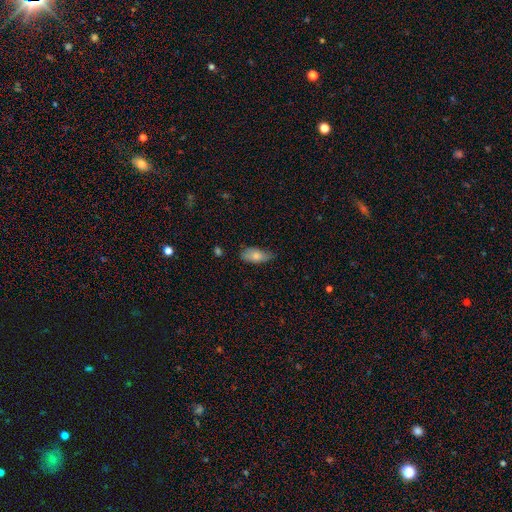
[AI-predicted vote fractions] Smooth or featured? Predicted: smooth (p=0.77). How rounded? Predicted: in between (p=0.87). Merging? Predicted: none (p=0.60).